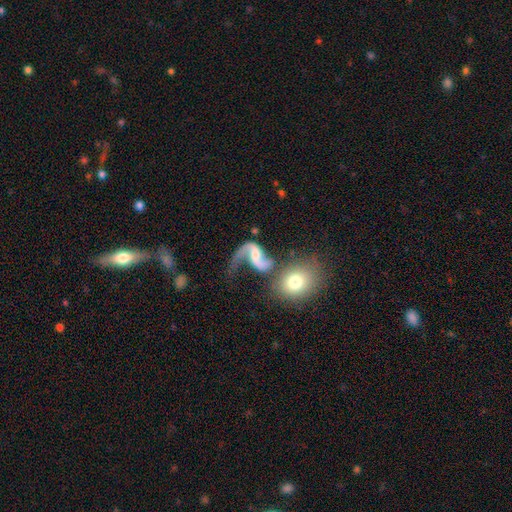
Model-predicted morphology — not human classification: Smooth or featured? featured or disk (83%)
Edge-on disk? no (97%)
Bar? weak (42%)
Spiral arms? yes (94%)
Spiral winding? loose (81%)
Spiral arm count? 2 (83%)
Bulge size? small (40%)
Merging? none (37%)